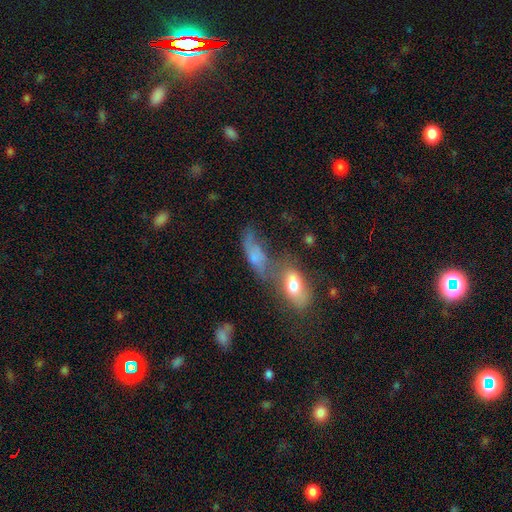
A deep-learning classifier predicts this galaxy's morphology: A smooth galaxy with no disk features (60%) that is in between round and cigar-shaped (73%). Merging: merger (44%).